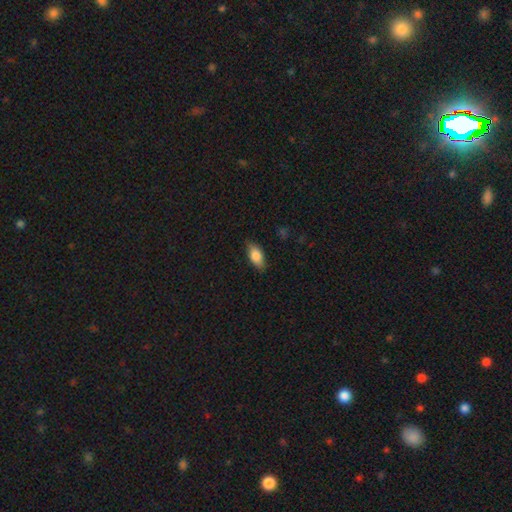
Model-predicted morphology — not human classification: A smooth galaxy with no disk features (82%) that is in between round and cigar-shaped (87%).

Vote fractions:
- Smooth or featured? smooth: 82% / featured or disk: 12% / star or artifact: 7%
- How rounded? in between: 87% / cigar-shaped: 9% / round: 3%
- Merging? none: 84% / minor disturbance: 13% / major disturbance: 3% / merger: 1%